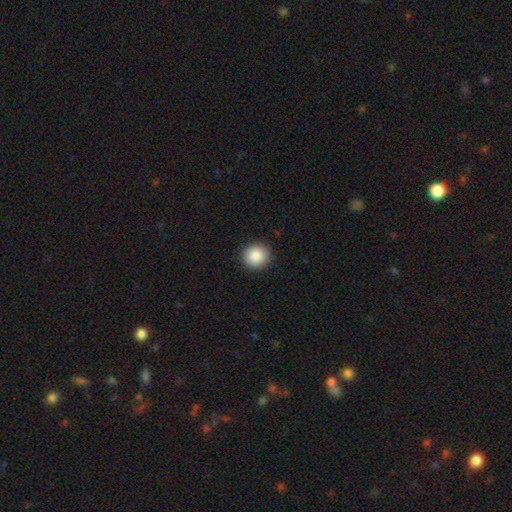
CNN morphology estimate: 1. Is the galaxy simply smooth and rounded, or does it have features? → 88% smooth, 8% star or artifact, 4% featured or disk.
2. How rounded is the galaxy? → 92% round, 8% in between, 1% cigar-shaped.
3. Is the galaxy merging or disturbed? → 92% none, 5% minor disturbance, 2% major disturbance, 1% merger.